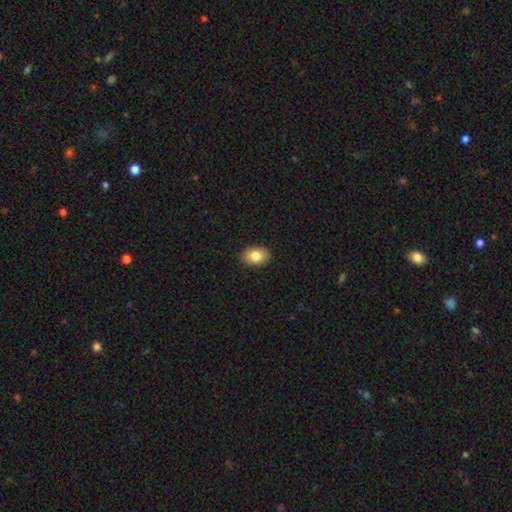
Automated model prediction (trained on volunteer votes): smooth-or-featured: smooth: 82% | featured or disk: 10% | star or artifact: 8%
  how-rounded: in between: 80% | round: 19% | cigar-shaped: 1%
  merging: none: 90% | minor disturbance: 8% | major disturbance: 2% | merger: 1%